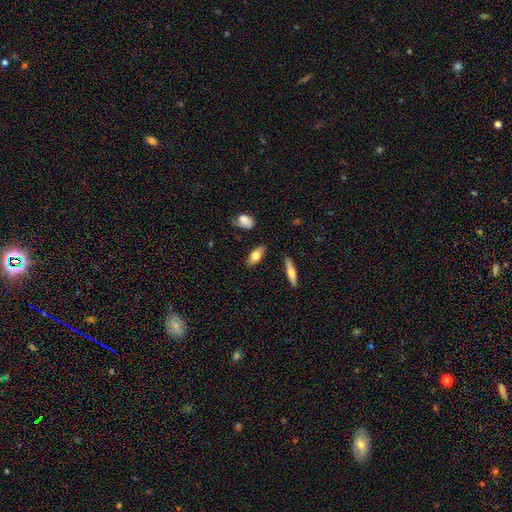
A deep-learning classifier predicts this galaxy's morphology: smooth 66%, featured or disk 27%, star or artifact 7%. Down the decision tree: how rounded — in between (77%); merging — none (81%).